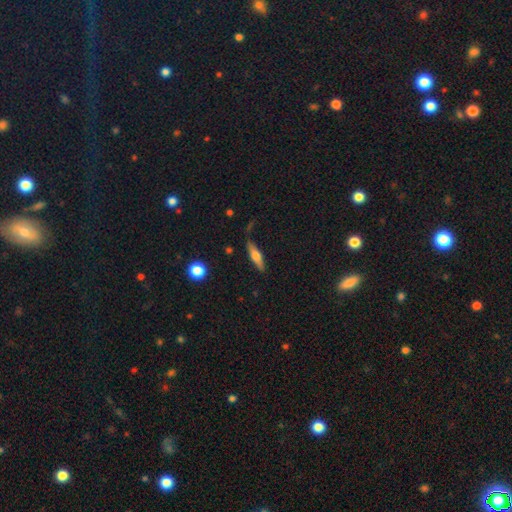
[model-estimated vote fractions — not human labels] This is possibly a smooth galaxy (47%, tied with featured or disk). Merging: likely none (77%).